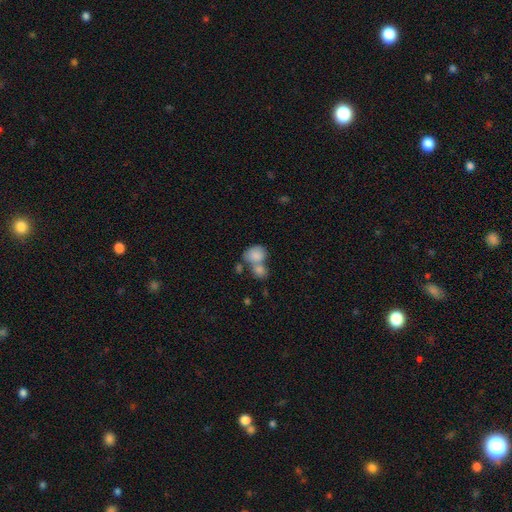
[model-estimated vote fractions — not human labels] This appears to be a smooth galaxy with no disk features (83%) that is in between round and cigar-shaped (53%). Merging: merger (58%).